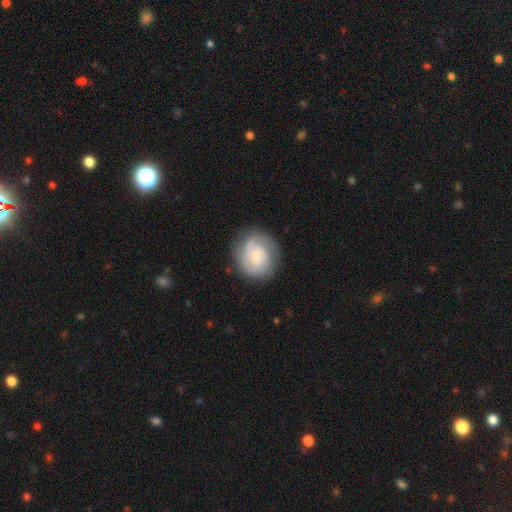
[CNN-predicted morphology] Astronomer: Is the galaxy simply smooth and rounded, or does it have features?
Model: featured or disk — 67%.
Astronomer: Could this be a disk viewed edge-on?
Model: no — 98%.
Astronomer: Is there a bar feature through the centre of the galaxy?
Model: no — 68%.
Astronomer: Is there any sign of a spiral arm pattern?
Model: yes — 93%.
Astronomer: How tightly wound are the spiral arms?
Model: tight — 57% (runner-up: medium, 32%).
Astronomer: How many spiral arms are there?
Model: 2 — 42% (runner-up: can't tell, 23%).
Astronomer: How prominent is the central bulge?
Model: small — 65%.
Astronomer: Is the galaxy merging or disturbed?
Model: none — 77%.